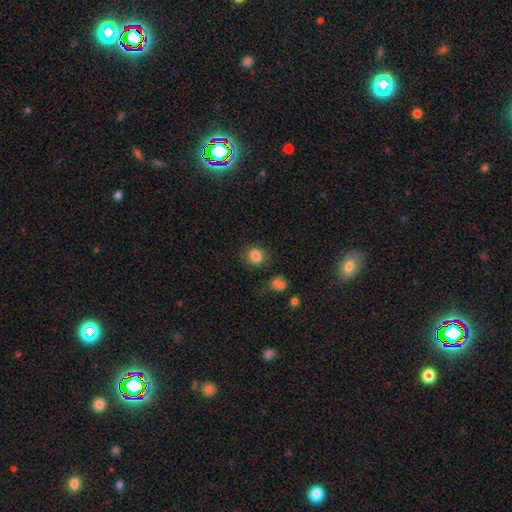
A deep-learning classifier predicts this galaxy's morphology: type=smooth (84%); roundness=round (71%); merging=none (72%).